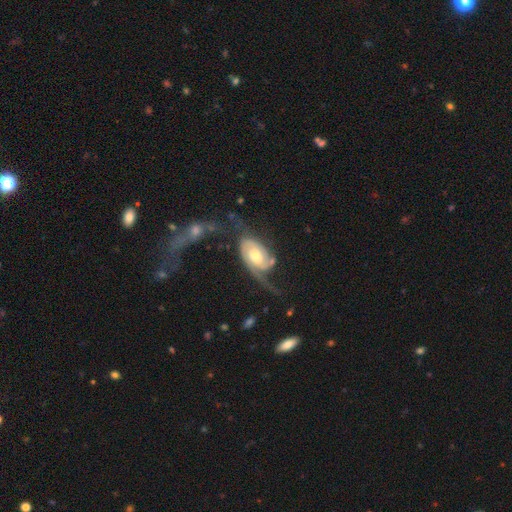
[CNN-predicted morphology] Smooth or featured: featured or disk — 82% (smooth — 13%)
Edge-on disk: no — 95% (yes — 5%)
Bar: no — 60% (weak — 30%)
Spiral arms: yes — 93% (no — 7%)
Spiral winding: loose — 39% (medium — 35%)
Spiral arm count: 2 — 70% (1 — 15%)
Bulge size: moderate — 68% (small — 19%)
Merging: major disturbance — 37% (none — 32%)